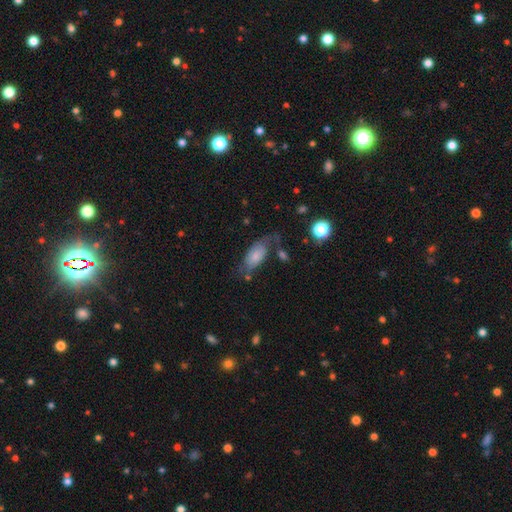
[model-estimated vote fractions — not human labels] Smooth or featured? Predicted: smooth (p=0.62). How rounded? Predicted: in between (p=0.90). Merging? Predicted: none (p=0.41).